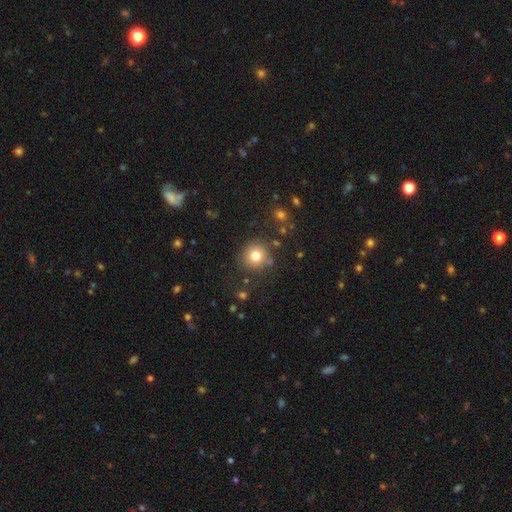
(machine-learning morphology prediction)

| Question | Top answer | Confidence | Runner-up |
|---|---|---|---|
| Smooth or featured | smooth | 78% | star or artifact (13%) |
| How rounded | round | 92% | in between (7%) |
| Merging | none | 84% | minor disturbance (9%) |